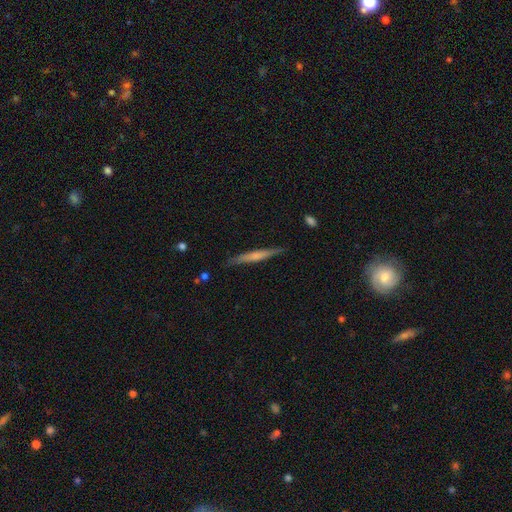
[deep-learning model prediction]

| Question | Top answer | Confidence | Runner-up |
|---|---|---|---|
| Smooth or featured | smooth | 50% | featured or disk (44%) |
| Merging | none | 87% | minor disturbance (10%) |